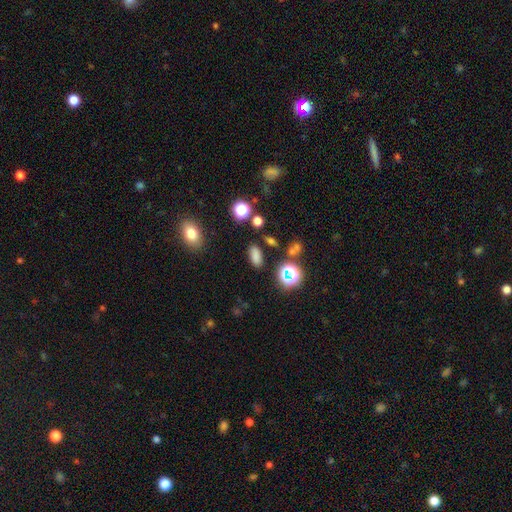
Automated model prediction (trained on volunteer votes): Smooth or featured? smooth (77%)
How rounded? in between (84%)
Merging? none (83%)